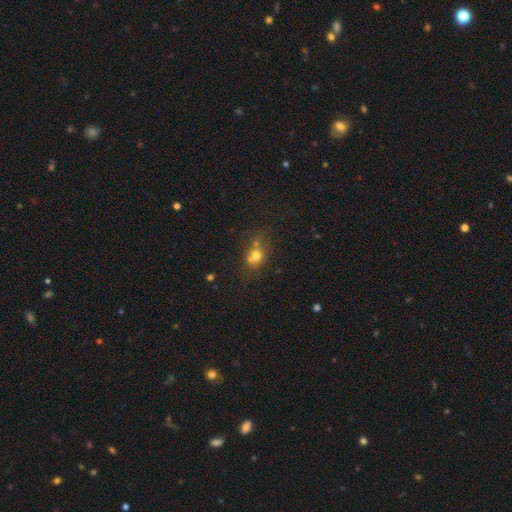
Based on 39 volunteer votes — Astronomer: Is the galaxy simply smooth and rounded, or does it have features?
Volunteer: smooth — 67%.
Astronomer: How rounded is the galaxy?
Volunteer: round — 54% (runner-up: in between, 46%).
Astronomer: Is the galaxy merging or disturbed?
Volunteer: none — 44% (runner-up: merger, 36%).